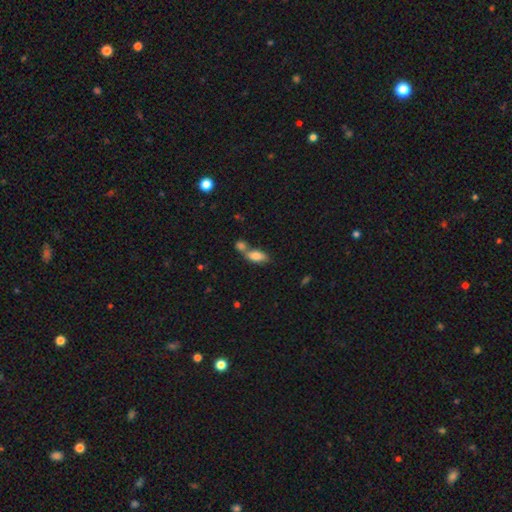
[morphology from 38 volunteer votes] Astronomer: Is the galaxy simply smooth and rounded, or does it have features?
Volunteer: smooth — 87%.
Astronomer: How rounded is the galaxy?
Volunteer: in between — 94%.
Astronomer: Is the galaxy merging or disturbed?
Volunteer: merger — 61%.